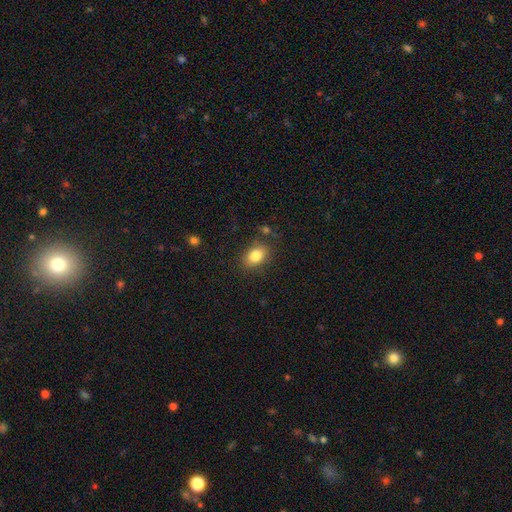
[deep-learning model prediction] smooth-or-featured: smooth: 83% | star or artifact: 9% | featured or disk: 8%
  how-rounded: in between: 81% | round: 18% | cigar-shaped: 1%
  merging: none: 80% | minor disturbance: 13% | major disturbance: 4% | merger: 3%